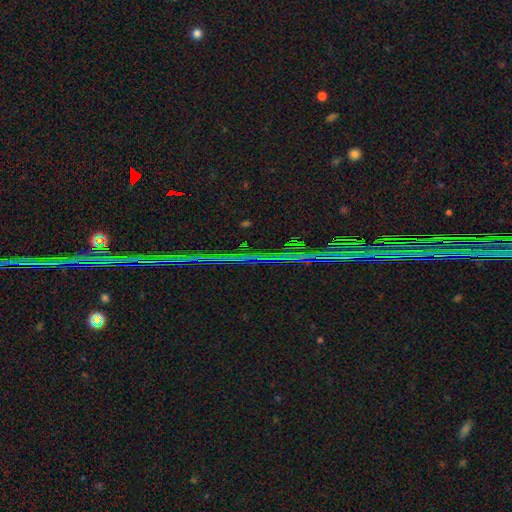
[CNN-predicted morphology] type=star or artifact (86%).